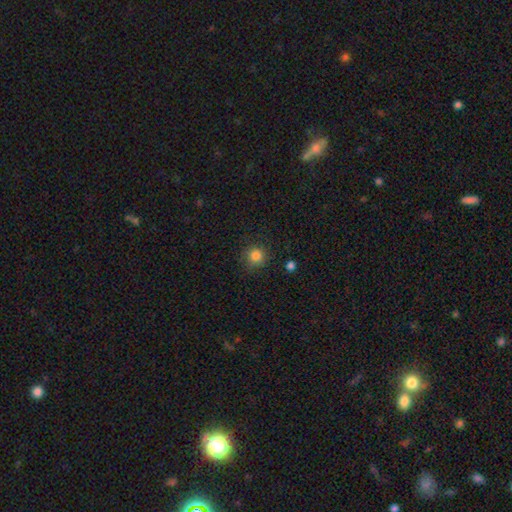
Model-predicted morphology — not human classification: Smooth or featured? smooth (83%)
How rounded? round (93%)
Merging? none (85%)